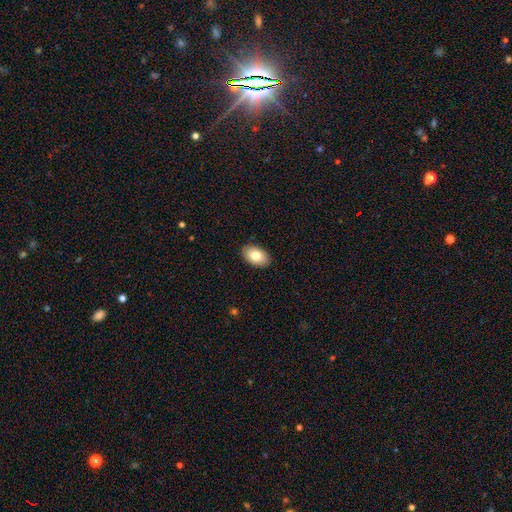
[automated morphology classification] type=smooth (80%); roundness=in between (93%); merging=none (89%).